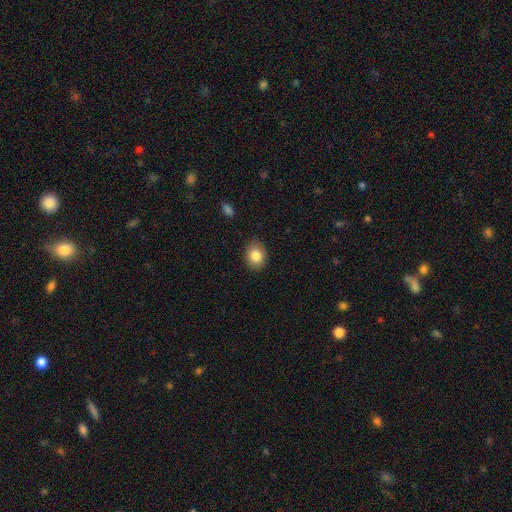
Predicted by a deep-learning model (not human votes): Smooth or featured? Predicted: smooth (p=0.84). How rounded? Predicted: in between (p=0.52). Merging? Predicted: none (p=0.85).